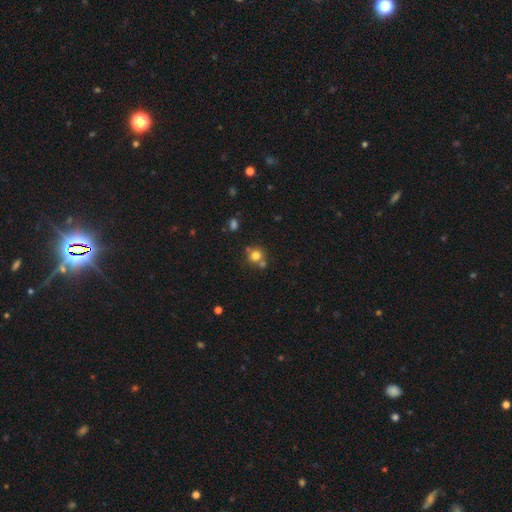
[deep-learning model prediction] Overall: smooth (76%). How rounded: round (88%). Merging: none (61%; merger 26%).